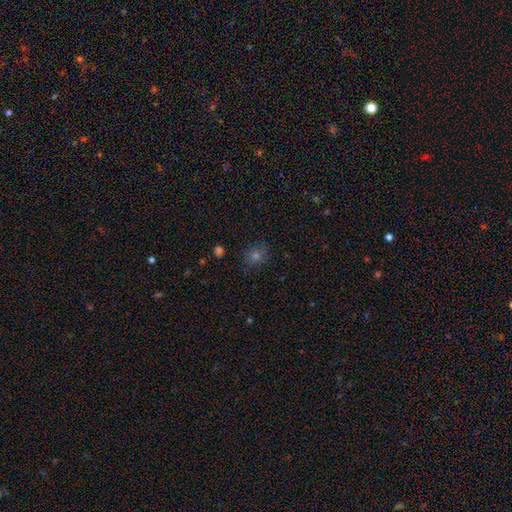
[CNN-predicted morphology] Smooth or featured? Predicted: smooth (p=0.65). How rounded? Predicted: round (p=0.71). Merging? Predicted: none (p=0.84).